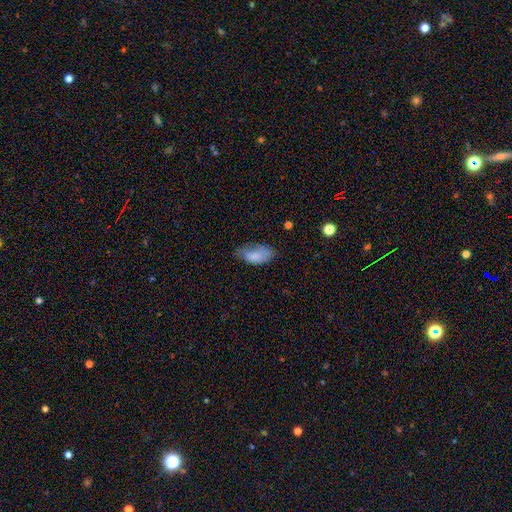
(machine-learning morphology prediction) Smooth or featured? smooth (78%)
How rounded? in between (93%)
Merging? none (42%)